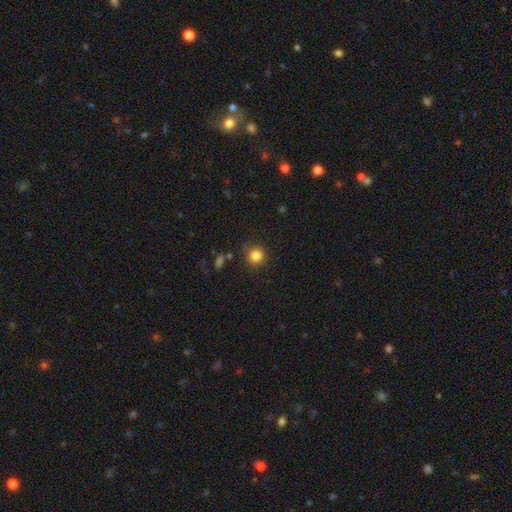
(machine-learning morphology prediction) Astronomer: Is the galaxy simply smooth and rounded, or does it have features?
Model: smooth — 84%.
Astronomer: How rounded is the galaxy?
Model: round — 93%.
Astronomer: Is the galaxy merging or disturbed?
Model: none — 86%.